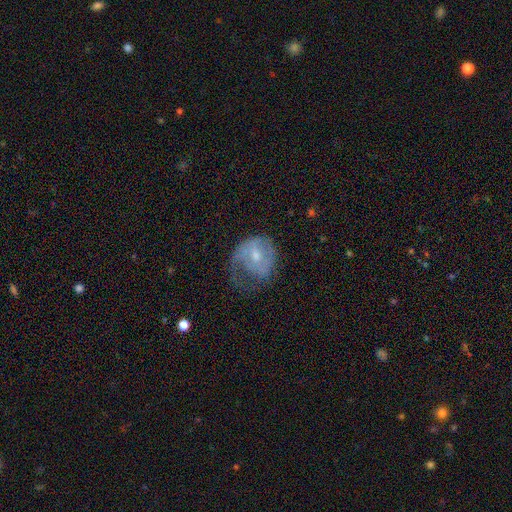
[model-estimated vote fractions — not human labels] Smooth or featured? Predicted: featured or disk (p=0.58). Edge-on disk? Predicted: no (p=0.97). Bar? Predicted: no (p=0.55). Spiral arms? Predicted: yes (p=0.71). Bulge size? Predicted: moderate (p=0.49). Merging? Predicted: major disturbance (p=0.40).